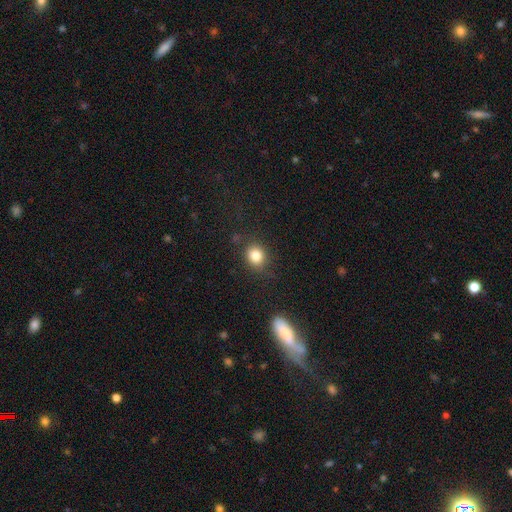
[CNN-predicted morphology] Smooth or featured? smooth (83%)
How rounded? round (70%)
Merging? none (82%)